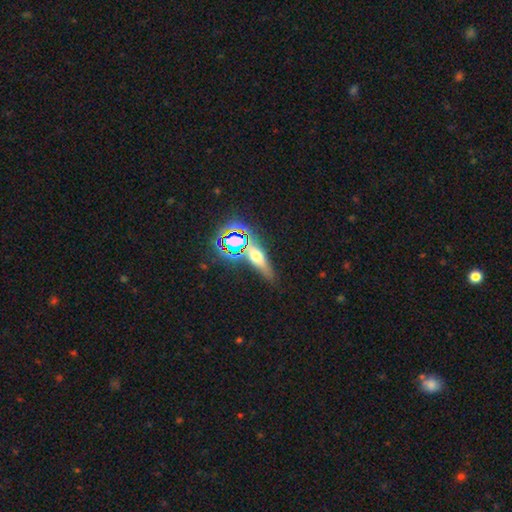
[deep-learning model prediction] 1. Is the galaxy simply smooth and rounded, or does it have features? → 42% smooth, 30% star or artifact, 28% featured or disk.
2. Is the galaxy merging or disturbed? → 74% none, 14% minor disturbance, 6% merger, 6% major disturbance.